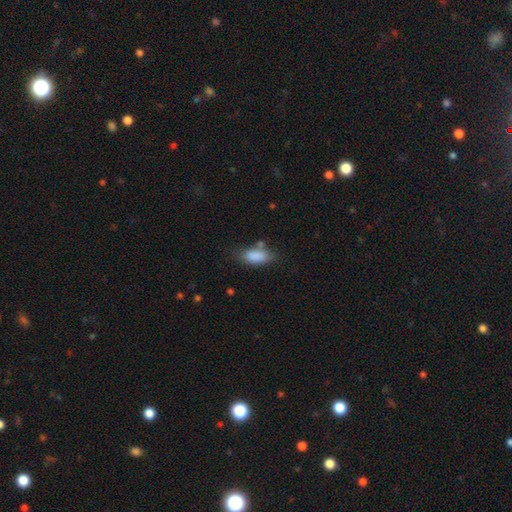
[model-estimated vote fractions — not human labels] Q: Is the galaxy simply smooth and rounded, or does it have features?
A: smooth — 86%.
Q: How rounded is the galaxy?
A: in between — 87%.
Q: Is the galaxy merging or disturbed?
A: none — 63%.